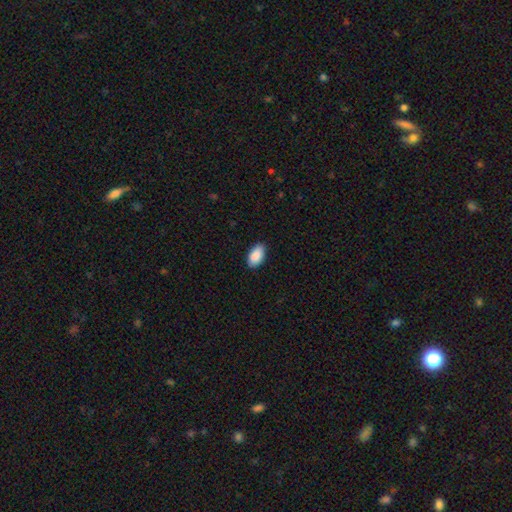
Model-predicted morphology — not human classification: This appears to be a smooth galaxy with no disk features (90%) that is in between round and cigar-shaped (95%). Merging: none (86%).